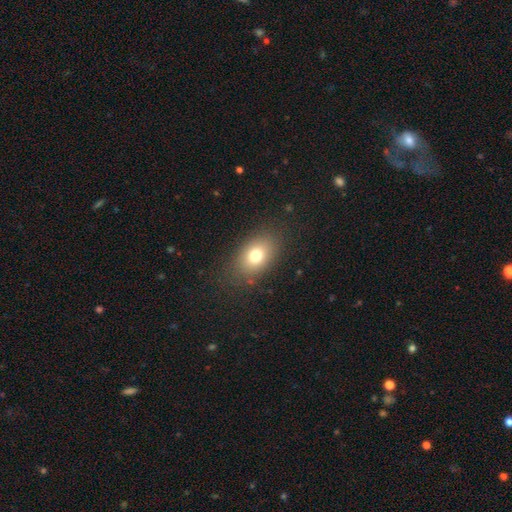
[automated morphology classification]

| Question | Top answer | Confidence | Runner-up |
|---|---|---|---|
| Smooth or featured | smooth | 75% | featured or disk (13%) |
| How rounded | in between | 79% | round (19%) |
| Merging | none | 83% | minor disturbance (11%) |